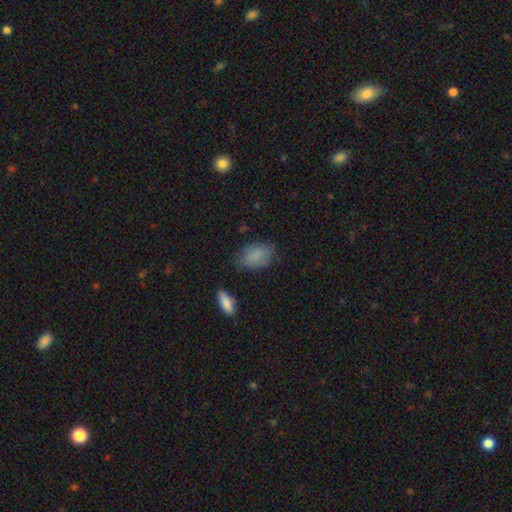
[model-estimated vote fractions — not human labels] A smooth galaxy with no disk features (85%) that is in between round and cigar-shaped (89%). Merging: none (71%).